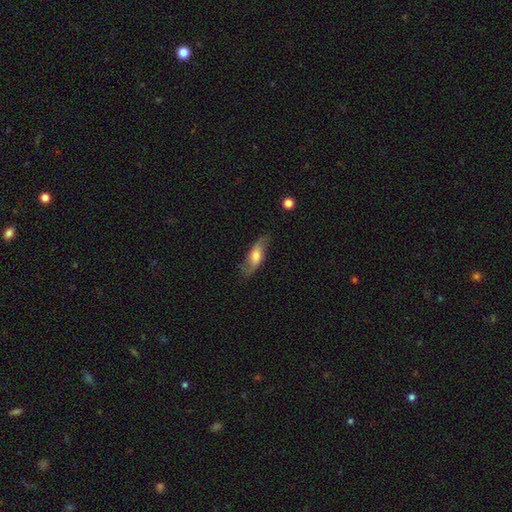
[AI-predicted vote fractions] A featured or disk galaxy (48%). Merging: none (71%).